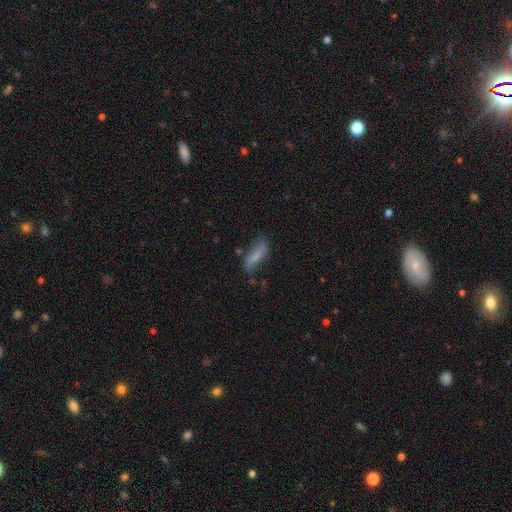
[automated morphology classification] Overall: smooth (62%; featured or disk 30%). How rounded: in between (49%; cigar-shaped 48%). Merging: none (59%; minor disturbance 27%).